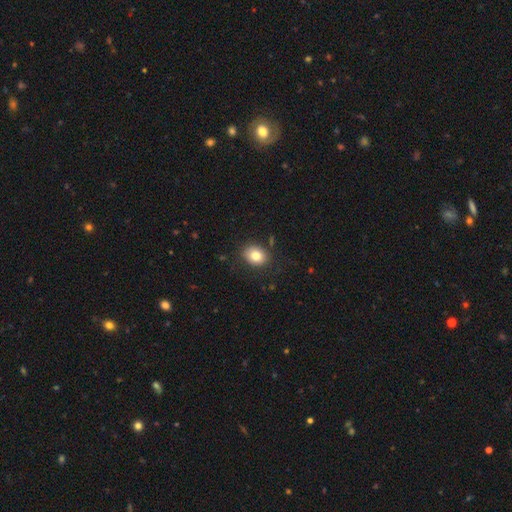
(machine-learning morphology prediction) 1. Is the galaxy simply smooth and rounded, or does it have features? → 81% smooth, 10% star or artifact, 10% featured or disk.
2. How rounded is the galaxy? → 52% in between, 47% round, 1% cigar-shaped.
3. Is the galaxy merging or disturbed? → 84% none, 11% minor disturbance, 3% major disturbance, 2% merger.